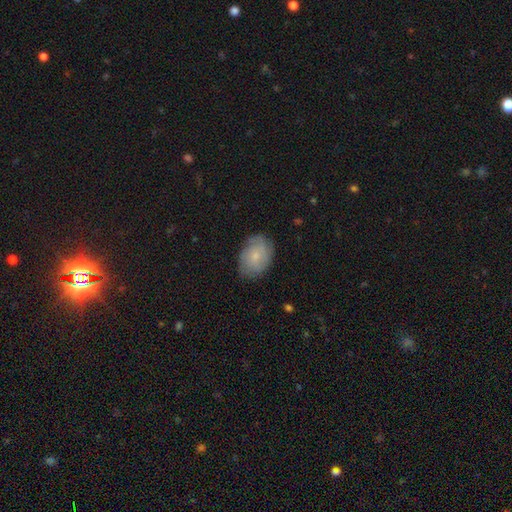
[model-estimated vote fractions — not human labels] This appears to be a smooth galaxy with no disk features (57%) that is in between round and cigar-shaped (78%). Merging: none (75%).